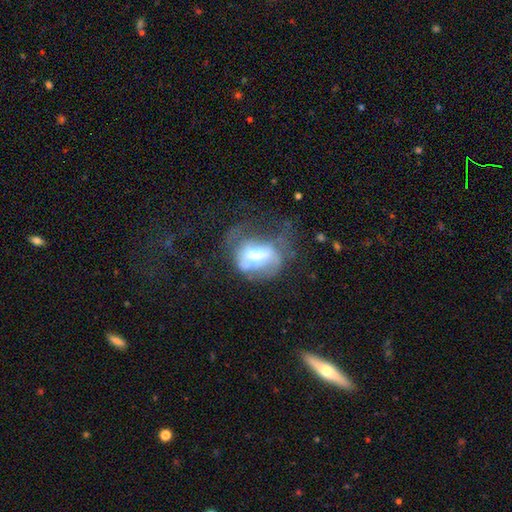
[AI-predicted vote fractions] featured or disk 54%, smooth 37%, star or artifact 10%. Down the decision tree: edge-on disk — no (94%); bar — no (41%); spiral arms — no (58%); bulge size — moderate (59%); merging — major disturbance (40%).